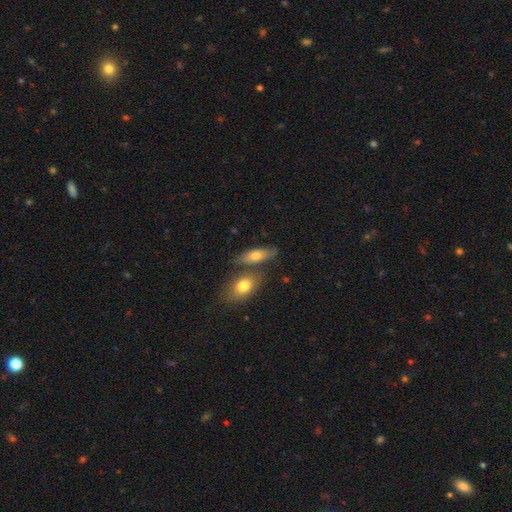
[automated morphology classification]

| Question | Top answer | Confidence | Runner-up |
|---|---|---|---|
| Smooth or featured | smooth | 70% | featured or disk (23%) |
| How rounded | in between | 74% | cigar-shaped (22%) |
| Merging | none | 59% | merger (23%) |